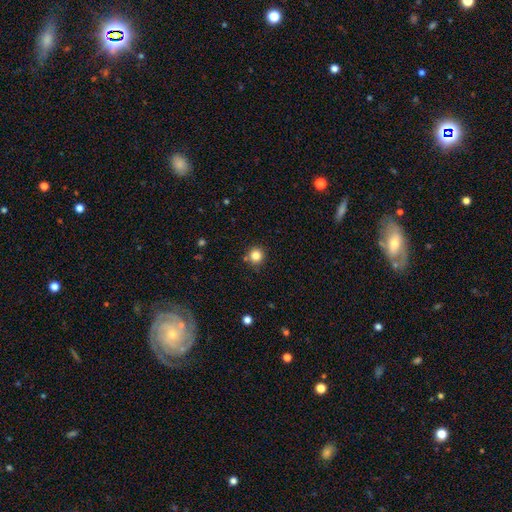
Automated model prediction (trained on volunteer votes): Smooth or featured?
  - smooth: 83% *
  - star or artifact: 12%
  - featured or disk: 5%
How rounded?
  - round: 94% *
  - in between: 5%
  - cigar-shaped: 1%
Merging?
  - none: 85% *
  - minor disturbance: 8%
  - merger: 5%
  - major disturbance: 2%